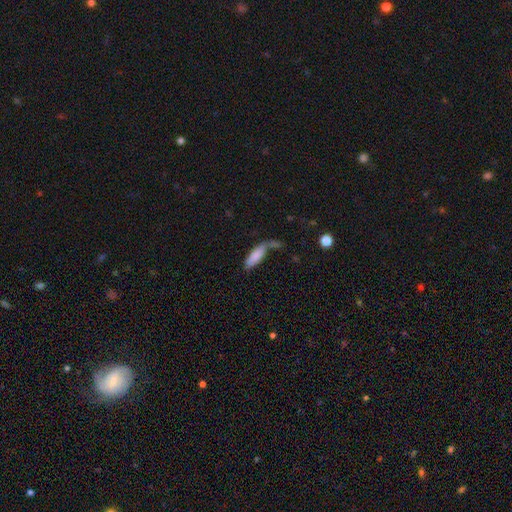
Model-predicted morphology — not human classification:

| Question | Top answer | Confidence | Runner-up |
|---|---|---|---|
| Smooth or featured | smooth | 81% | featured or disk (12%) |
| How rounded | in between | 51% | cigar-shaped (47%) |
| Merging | none | 40% | merger (25%) |